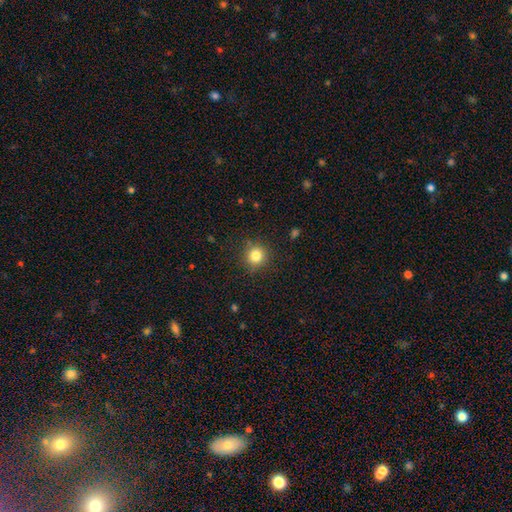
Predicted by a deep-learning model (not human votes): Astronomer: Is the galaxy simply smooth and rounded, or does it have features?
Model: smooth — 82%.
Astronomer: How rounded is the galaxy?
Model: round — 93%.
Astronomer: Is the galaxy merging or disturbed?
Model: none — 87%.